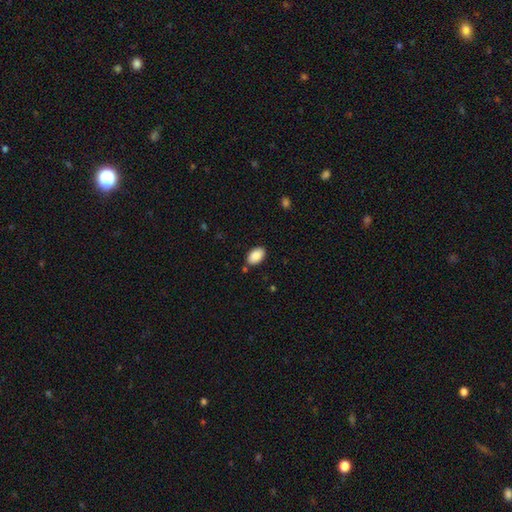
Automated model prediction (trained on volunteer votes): This appears to be a smooth galaxy with no disk features (89%) that is in between round and cigar-shaped (93%). Merging: none (84%).